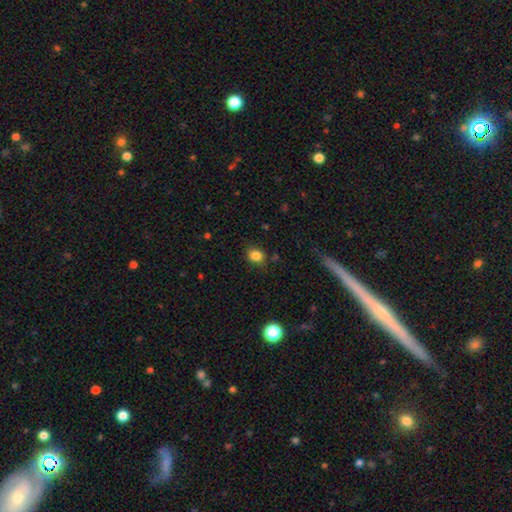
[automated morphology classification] A smooth galaxy with no disk features (83%) that is round (62%).

Vote fractions:
- Smooth or featured? smooth: 83% / star or artifact: 12% / featured or disk: 5%
- How rounded? round: 62% / in between: 37% / cigar-shaped: 1%
- Merging? none: 79% / minor disturbance: 15% / major disturbance: 4% / merger: 2%